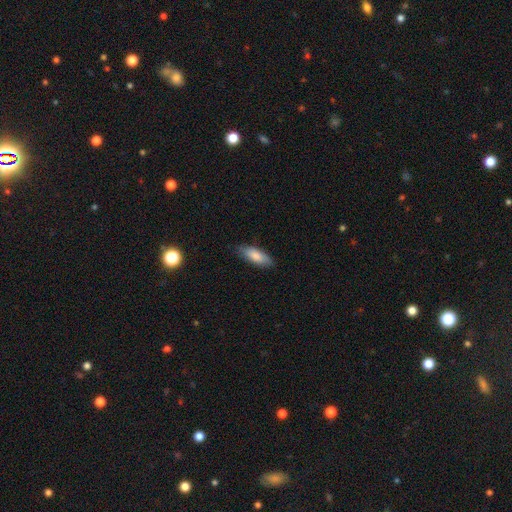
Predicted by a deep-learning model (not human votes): smooth_or_featured: smooth (p=0.83) [alt: featured or disk p=0.11]
how_rounded: in between (p=0.71) [alt: cigar-shaped p=0.27]
merging: none (p=0.83) [alt: minor disturbance p=0.14]